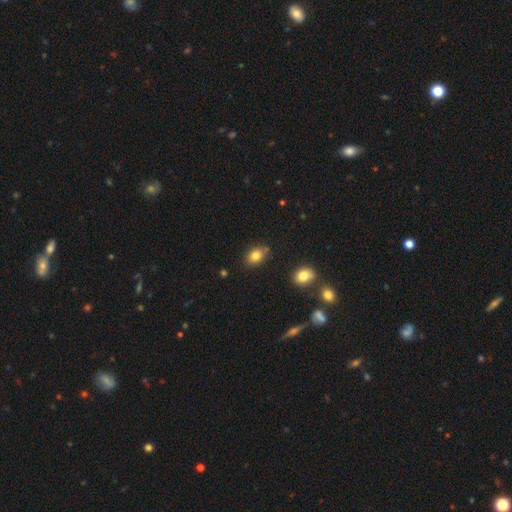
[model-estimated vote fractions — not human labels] Overall: smooth (82%). How rounded: in between (74%). Merging: none (77%).